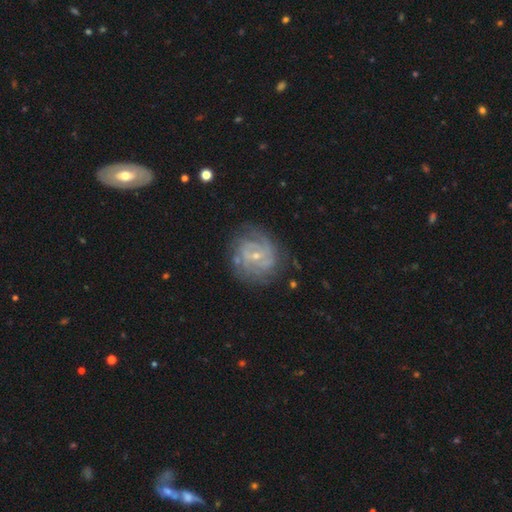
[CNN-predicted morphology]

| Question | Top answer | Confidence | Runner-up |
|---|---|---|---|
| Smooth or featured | featured or disk | 82% | smooth (11%) |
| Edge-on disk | no | 97% | yes (3%) |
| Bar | no | 47% | weak (43%) |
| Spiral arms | yes | 92% | no (8%) |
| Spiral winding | tight | 63% | medium (30%) |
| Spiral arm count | can't tell | 35% | 2 (29%) |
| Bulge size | small | 72% | moderate (24%) |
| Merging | none | 74% | minor disturbance (17%) |